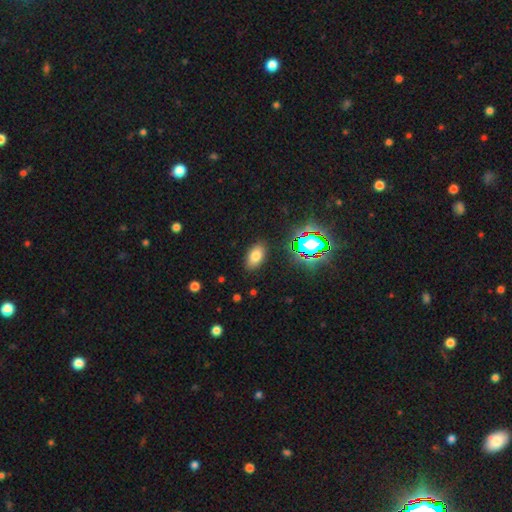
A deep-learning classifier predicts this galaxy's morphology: Q: Smooth or featured?
A: smooth (74%); runner-up: star or artifact (16%)
Q: How rounded?
A: in between (91%); runner-up: round (6%)
Q: Merging?
A: none (86%); runner-up: minor disturbance (9%)